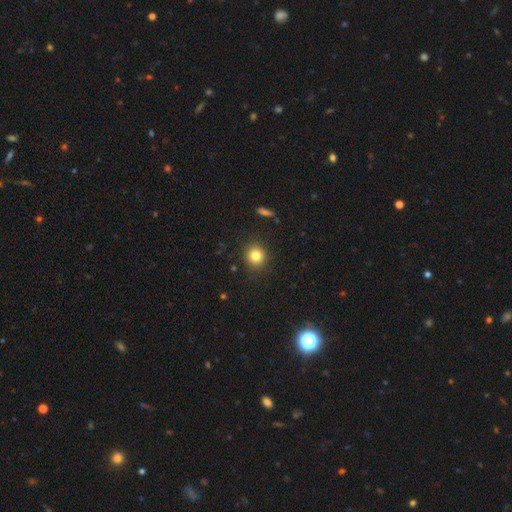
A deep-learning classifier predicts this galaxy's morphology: Overall: smooth (82%). How rounded: round (90%). Merging: none (90%).